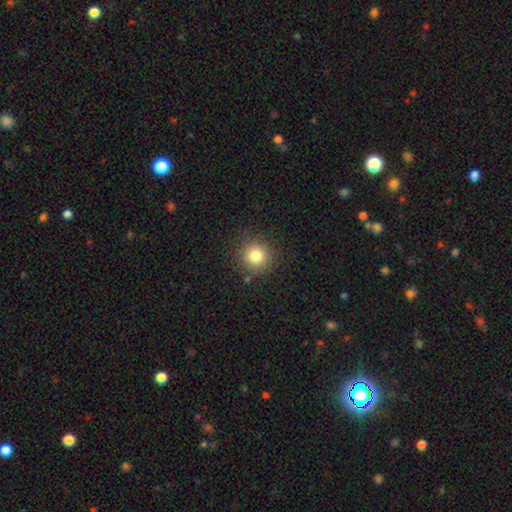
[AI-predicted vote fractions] Smooth or featured?
  - smooth: 82% *
  - star or artifact: 12%
  - featured or disk: 7%
How rounded?
  - round: 93% *
  - in between: 6%
  - cigar-shaped: 1%
Merging?
  - none: 87% *
  - minor disturbance: 8%
  - major disturbance: 3%
  - merger: 2%